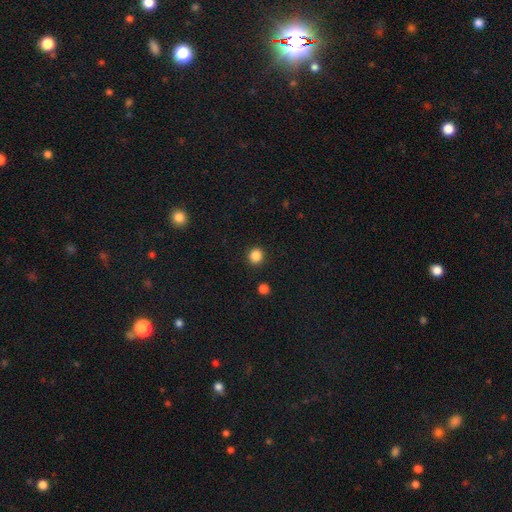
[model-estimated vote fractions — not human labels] This is clearly a smooth galaxy (86%). How rounded: clearly round (89%). Merging: clearly none (92%).